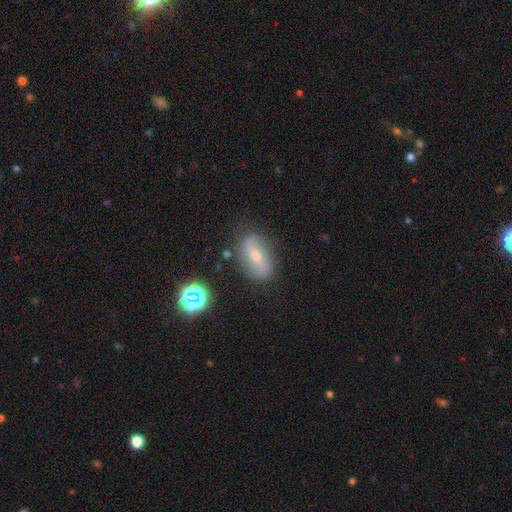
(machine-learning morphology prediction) A featured or disk galaxy (48%).

Vote fractions:
- Smooth or featured? featured or disk: 48% / smooth: 40% / star or artifact: 12%
- Merging? none: 74% / minor disturbance: 18% / major disturbance: 5% / merger: 3%